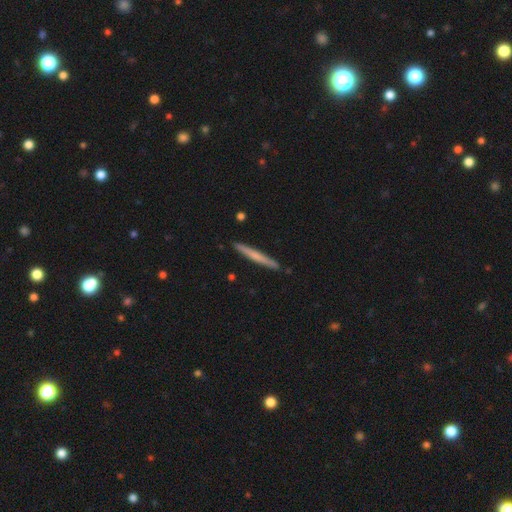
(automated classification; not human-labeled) Q: Smooth or featured?
A: smooth (52%); runner-up: featured or disk (42%)
Q: How rounded?
A: cigar-shaped (97%); runner-up: in between (2%)
Q: Merging?
A: none (90%); runner-up: minor disturbance (7%)